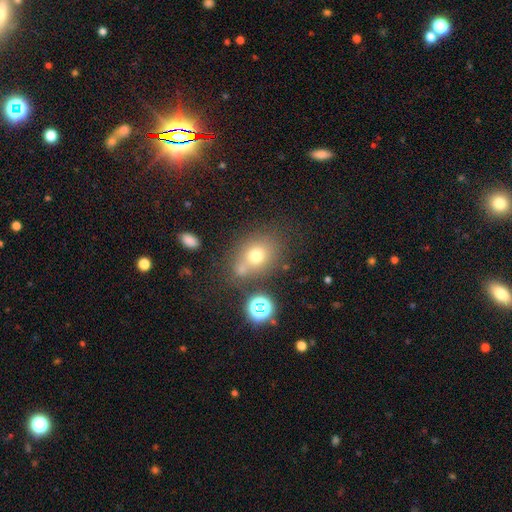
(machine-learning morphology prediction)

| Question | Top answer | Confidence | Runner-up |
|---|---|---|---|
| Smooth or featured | smooth | 68% | star or artifact (17%) |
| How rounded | in between | 50% | round (48%) |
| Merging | none | 56% | merger (22%) |